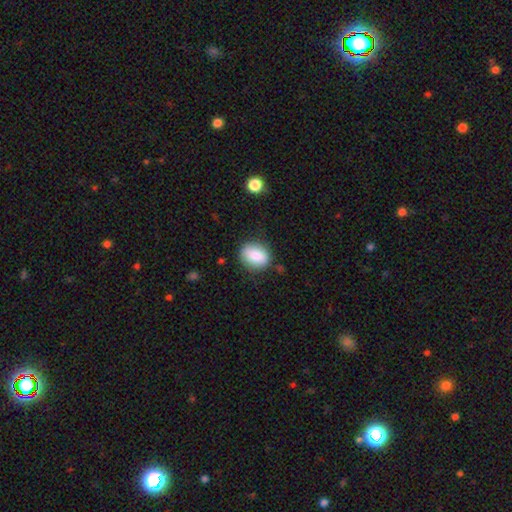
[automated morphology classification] Q: Smooth or featured?
A: smooth (83%); runner-up: featured or disk (9%)
Q: How rounded?
A: in between (53%); runner-up: round (46%)
Q: Merging?
A: none (81%); runner-up: minor disturbance (13%)